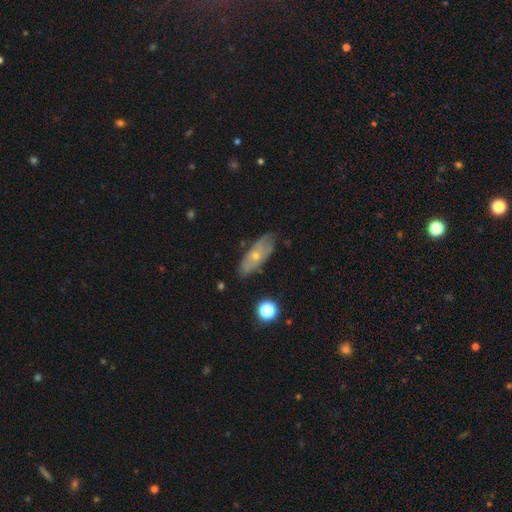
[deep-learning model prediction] Morphology: type=featured or disk (50%); merging=none (72%).